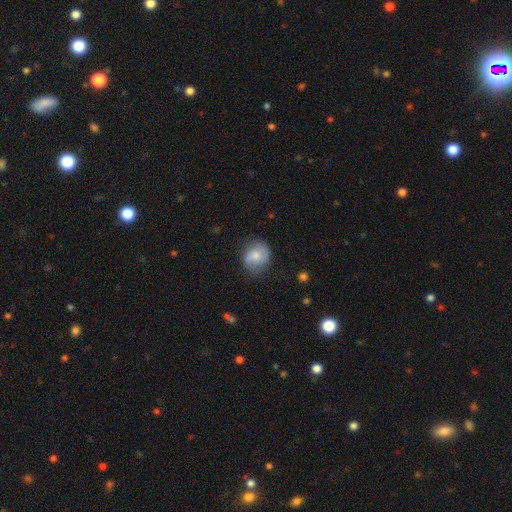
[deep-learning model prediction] Smooth or featured: smooth — 61% (featured or disk — 32%)
How rounded: round — 72% (in between — 27%)
Merging: none — 68% (minor disturbance — 23%)